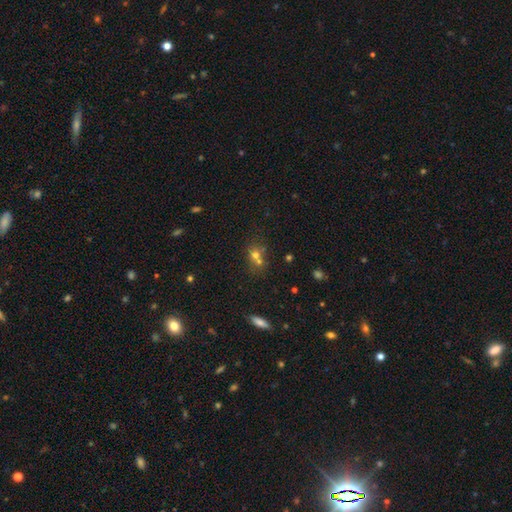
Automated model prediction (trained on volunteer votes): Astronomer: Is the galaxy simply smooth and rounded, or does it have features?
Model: smooth — 59%.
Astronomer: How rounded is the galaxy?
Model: round — 71%.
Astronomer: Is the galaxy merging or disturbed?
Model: merger — 45% (runner-up: none, 42%).